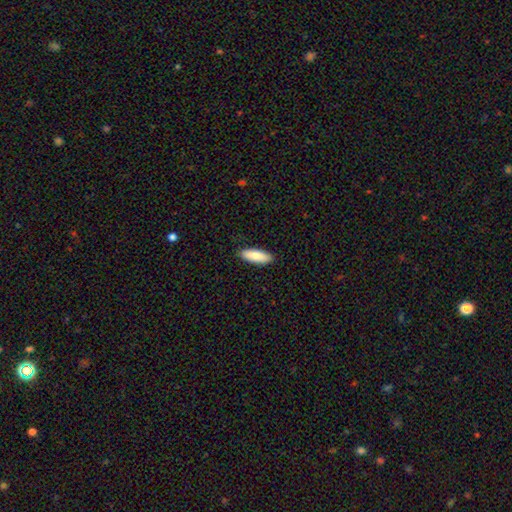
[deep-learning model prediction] Smooth or featured? smooth (84%)
How rounded? in between (62%)
Merging? none (89%)